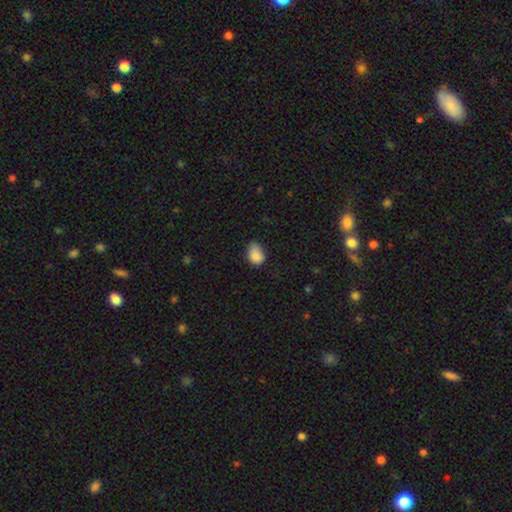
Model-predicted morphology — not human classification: This is clearly a smooth galaxy (86%). How rounded: likely in between (77%). Merging: possibly none (52%).